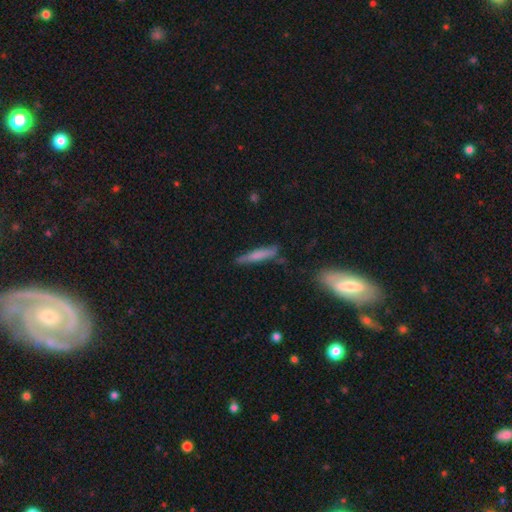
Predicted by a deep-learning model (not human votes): This is likely a smooth galaxy (63%). How rounded: clearly cigar-shaped (91%). Merging: likely none (76%).